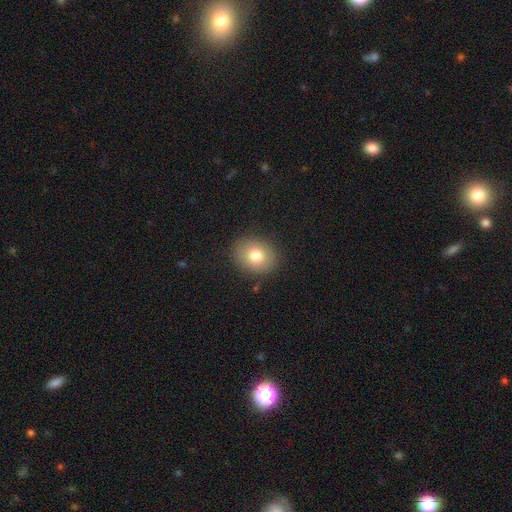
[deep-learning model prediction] This appears to be a smooth galaxy with no disk features (78%) that is round (56%). Merging: none (87%).